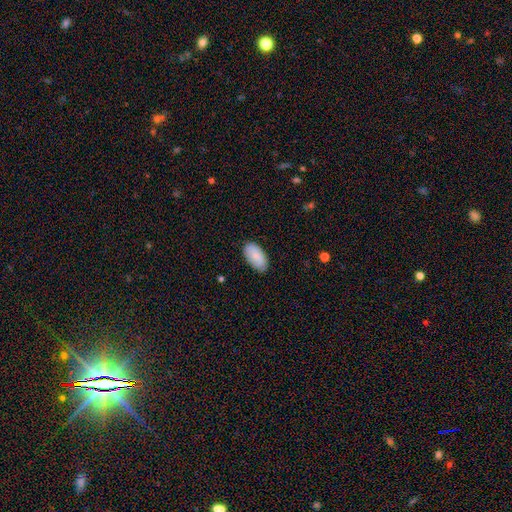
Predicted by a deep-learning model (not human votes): smooth 82%, featured or disk 12%, star or artifact 6%. Down the decision tree: how rounded — in between (96%); merging — none (84%).